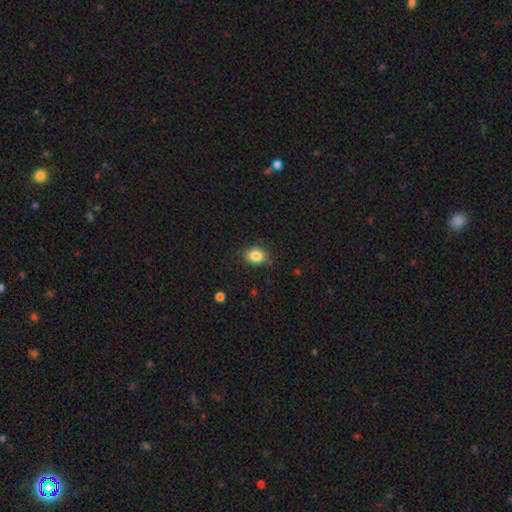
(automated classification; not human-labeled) A smooth galaxy with no disk features (85%) that is in between round and cigar-shaped (64%).

Vote fractions:
- Smooth or featured? smooth: 85% / star or artifact: 9% / featured or disk: 5%
- How rounded? in between: 64% / round: 34% / cigar-shaped: 1%
- Merging? none: 79% / minor disturbance: 16% / major disturbance: 3% / merger: 1%